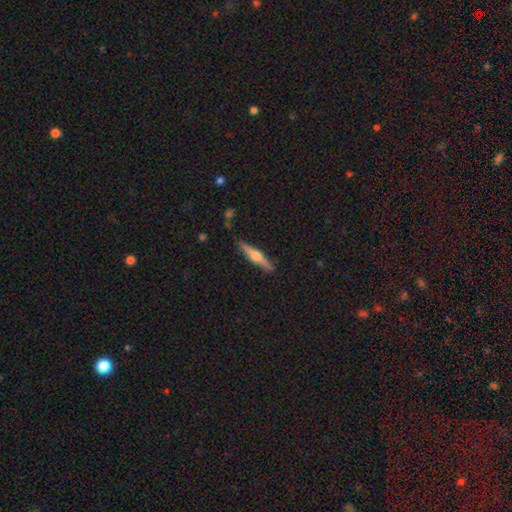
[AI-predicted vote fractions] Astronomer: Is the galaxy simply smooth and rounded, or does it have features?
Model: featured or disk — 68%.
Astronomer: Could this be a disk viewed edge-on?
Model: yes — 98%.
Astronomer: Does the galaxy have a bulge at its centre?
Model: rounded — 90%.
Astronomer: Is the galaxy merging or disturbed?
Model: none — 89%.